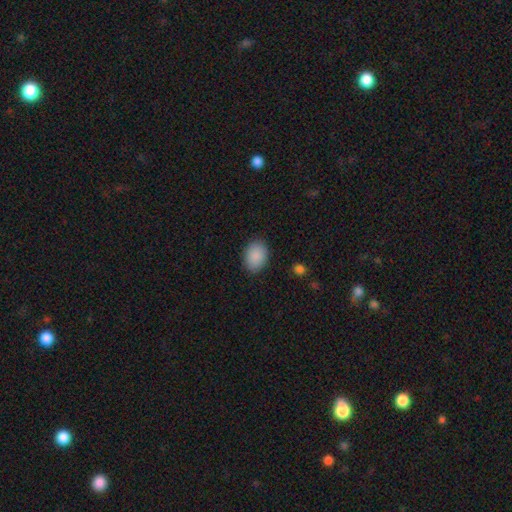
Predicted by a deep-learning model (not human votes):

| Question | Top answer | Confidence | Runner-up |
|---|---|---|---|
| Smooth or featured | smooth | 90% | star or artifact (7%) |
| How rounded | in between | 78% | round (21%) |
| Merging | none | 87% | minor disturbance (10%) |